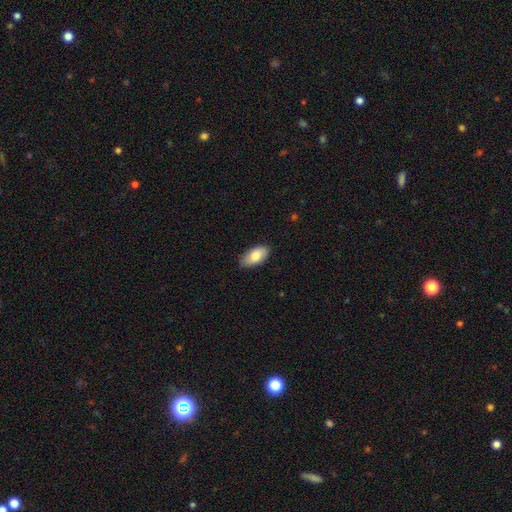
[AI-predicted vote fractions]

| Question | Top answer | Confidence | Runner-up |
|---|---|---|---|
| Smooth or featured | smooth | 80% | featured or disk (14%) |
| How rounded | in between | 94% | cigar-shaped (4%) |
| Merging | none | 85% | minor disturbance (12%) |